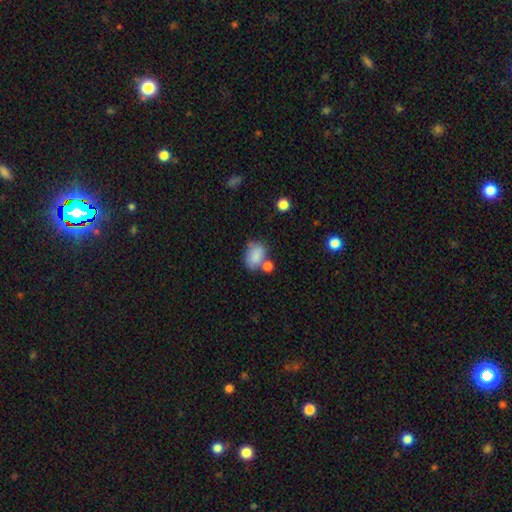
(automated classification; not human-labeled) The model was most divided on "merging": none: 47%, merger: 26%, minor disturbance: 20%, major disturbance: 8%. More confident: smooth or featured — smooth (81%); how rounded — in between (69%).